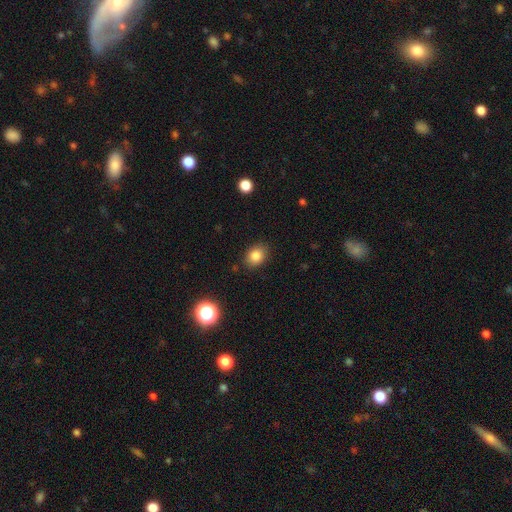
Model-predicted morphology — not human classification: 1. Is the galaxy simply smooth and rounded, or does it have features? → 83% smooth, 11% star or artifact, 6% featured or disk.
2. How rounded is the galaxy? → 54% in between, 45% round, 1% cigar-shaped.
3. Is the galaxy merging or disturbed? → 85% none, 11% minor disturbance, 3% major disturbance, 1% merger.